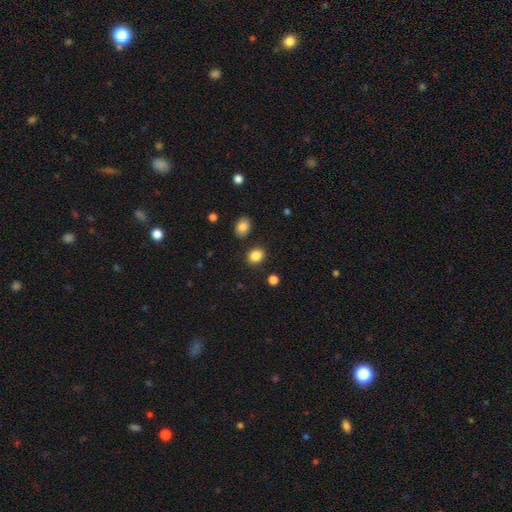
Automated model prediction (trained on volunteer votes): This appears to be a smooth galaxy with no disk features (86%) that is round (62%). Merging: none (85%).